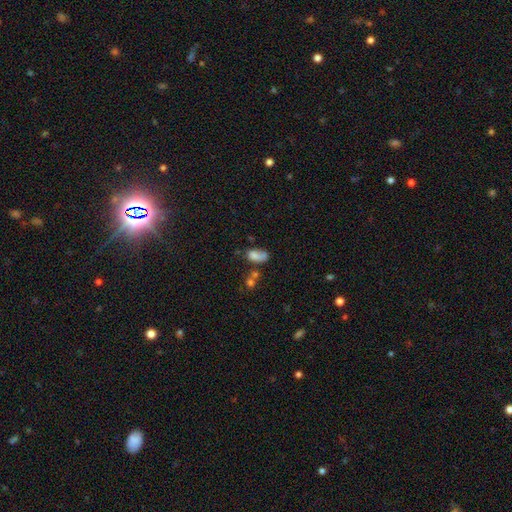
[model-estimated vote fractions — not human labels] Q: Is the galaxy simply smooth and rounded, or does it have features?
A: smooth — 70%.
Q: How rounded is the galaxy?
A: in between — 84%.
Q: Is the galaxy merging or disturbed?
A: none — 30%.